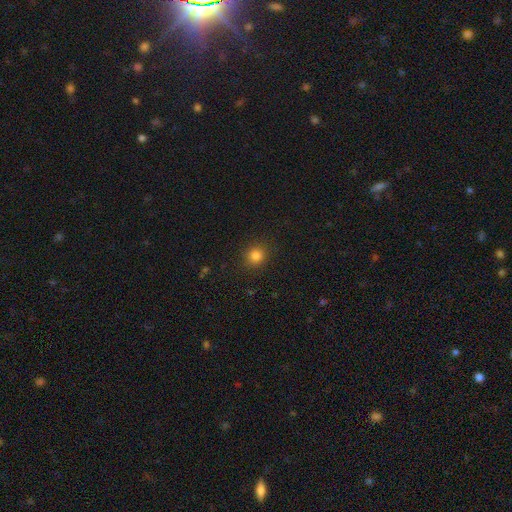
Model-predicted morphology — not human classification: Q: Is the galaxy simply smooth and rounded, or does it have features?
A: smooth — 83%.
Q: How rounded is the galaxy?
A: round — 89%.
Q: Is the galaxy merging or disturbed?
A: none — 90%.